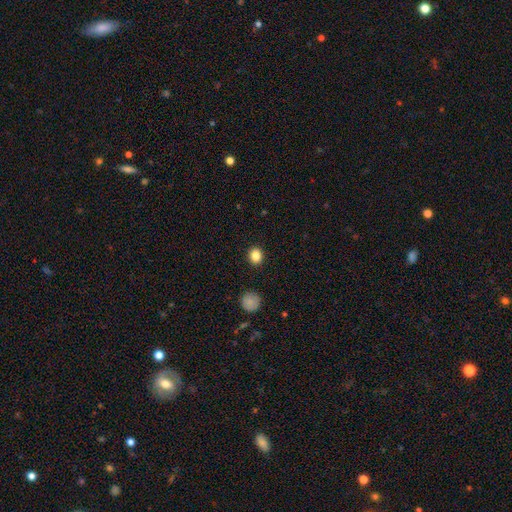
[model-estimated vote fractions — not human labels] This appears to be a smooth galaxy with no disk features (85%) that is round (75%). Merging: none (91%).